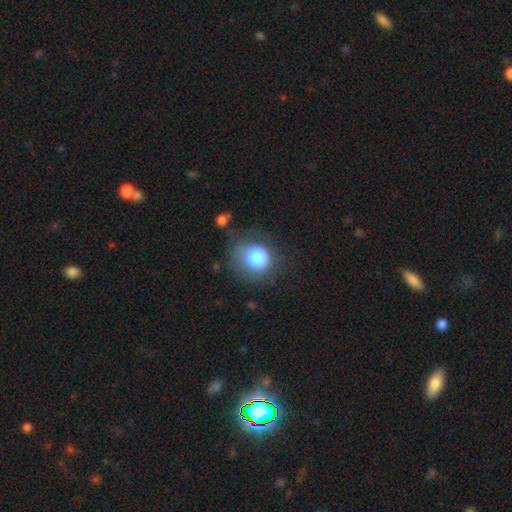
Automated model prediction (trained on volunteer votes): Morphology: type=smooth (81%); roundness=round (83%); merging=none (60%).